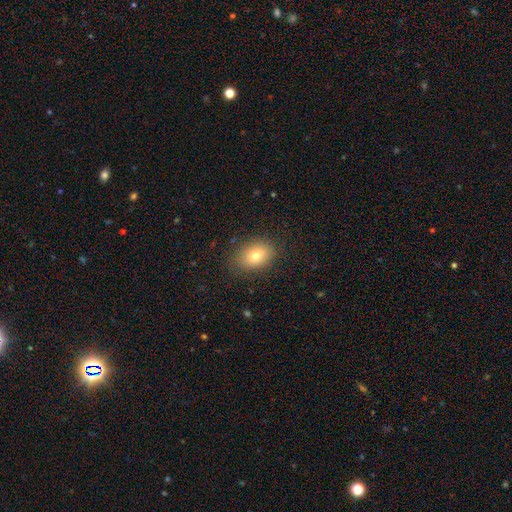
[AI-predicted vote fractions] Smooth or featured? smooth (76%)
How rounded? in between (74%)
Merging? none (85%)